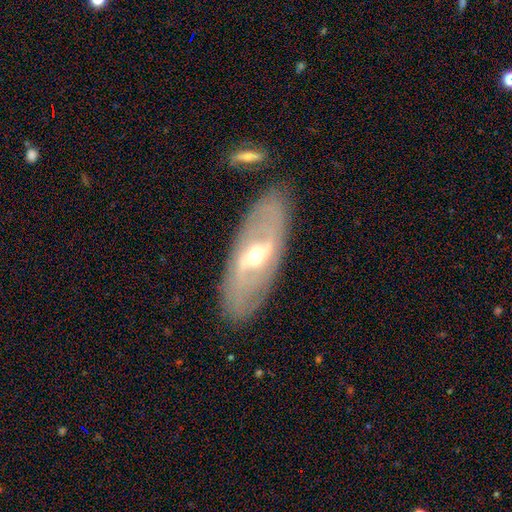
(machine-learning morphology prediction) This appears to be a featured or disk galaxy (77%) with a strong bar (42%, tied with weak), spiral arms (66%) and a moderate central bulge (64%). Merging: none (84%).